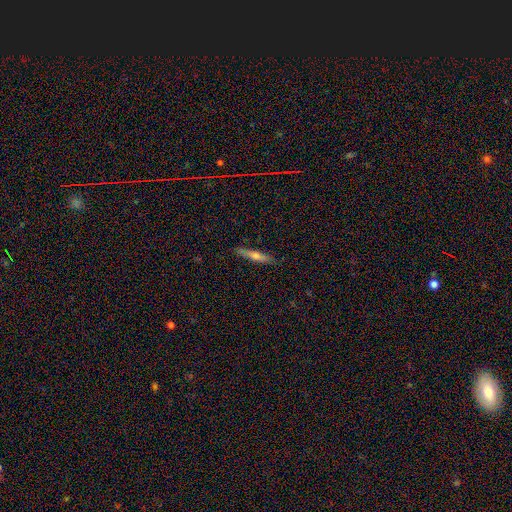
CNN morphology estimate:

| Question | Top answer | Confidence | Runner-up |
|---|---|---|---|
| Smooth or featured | smooth | 51% | featured or disk (41%) |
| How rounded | cigar-shaped | 88% | in between (10%) |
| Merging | none | 88% | minor disturbance (9%) |